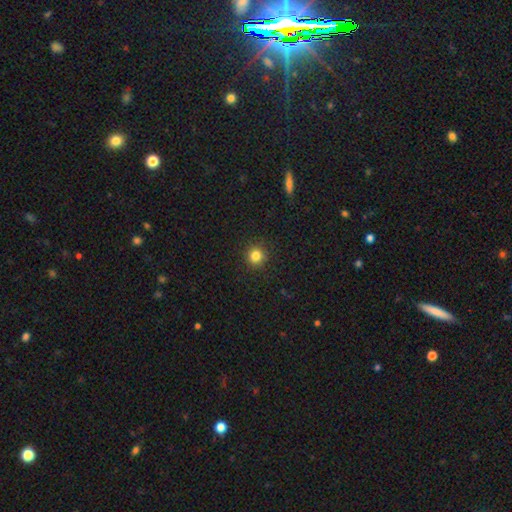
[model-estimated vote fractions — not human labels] Morphology: type=smooth (83%); roundness=round (92%); merging=none (90%).